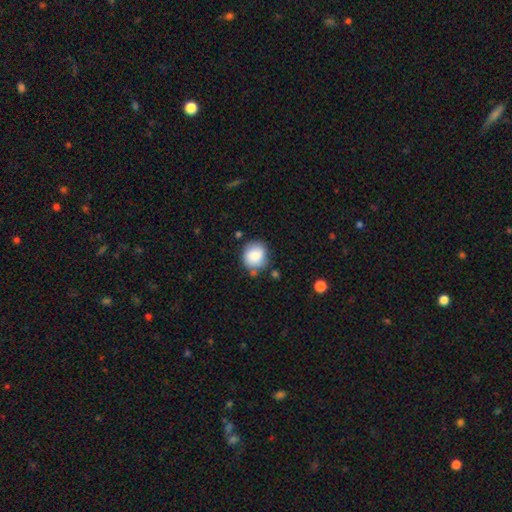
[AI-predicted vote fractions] Q: Smooth or featured?
A: smooth (84%); runner-up: featured or disk (9%)
Q: How rounded?
A: round (82%); runner-up: in between (17%)
Q: Merging?
A: none (71%); runner-up: minor disturbance (19%)